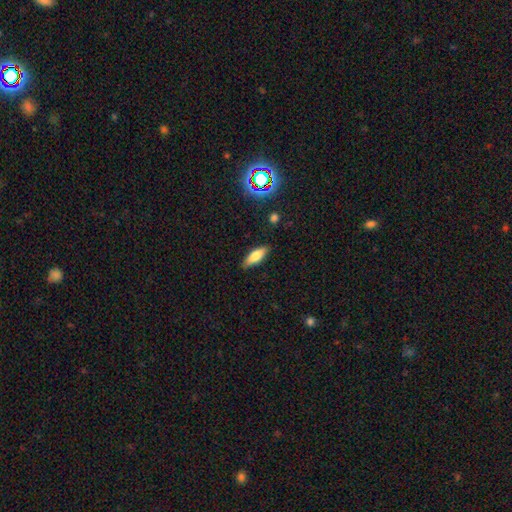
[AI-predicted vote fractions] smooth-or-featured: smooth: 71% | featured or disk: 20% | star or artifact: 9%
  how-rounded: in between: 58% | cigar-shaped: 40% | round: 2%
  merging: none: 85% | minor disturbance: 12% | major disturbance: 2% | merger: 1%